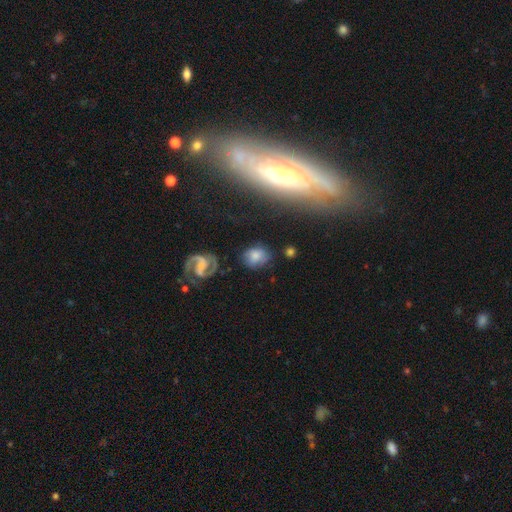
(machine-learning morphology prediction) A smooth galaxy with no disk features (59%) that is in between round and cigar-shaped (56%).

Vote fractions:
- Smooth or featured? smooth: 59% / featured or disk: 29% / star or artifact: 12%
- How rounded? in between: 56% / round: 42% / cigar-shaped: 2%
- Merging? none: 69% / minor disturbance: 20% / major disturbance: 8% / merger: 4%